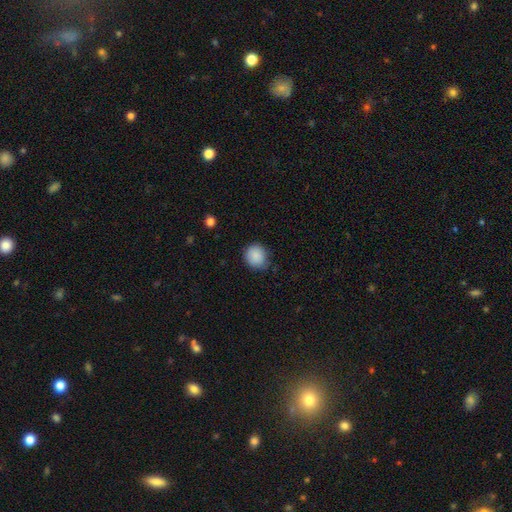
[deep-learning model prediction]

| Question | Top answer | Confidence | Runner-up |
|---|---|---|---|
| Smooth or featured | smooth | 88% | star or artifact (8%) |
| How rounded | round | 85% | in between (14%) |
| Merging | none | 75% | minor disturbance (20%) |